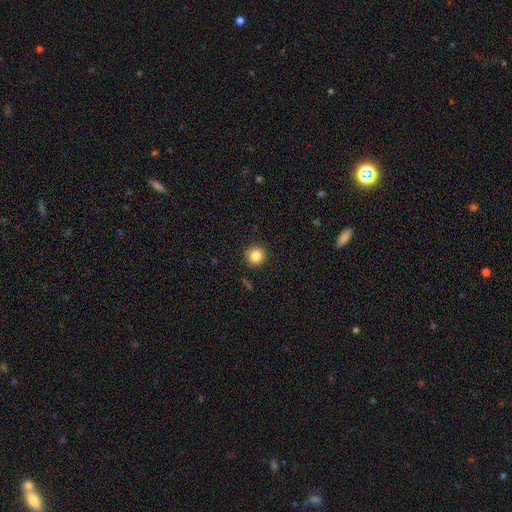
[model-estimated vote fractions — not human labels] smooth 85%, star or artifact 10%, featured or disk 5%. Down the decision tree: how rounded — round (94%); merging — none (91%).